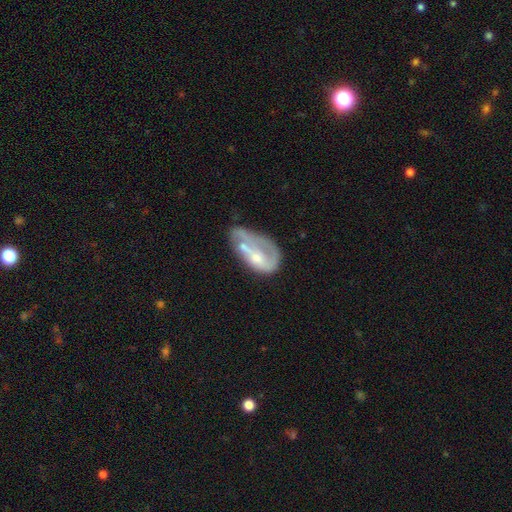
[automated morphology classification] This appears to be a featured or disk galaxy (60%) with no bar (64%), no spiral arms (52%) and a small central bulge (45%). Merging: major disturbance (33%).